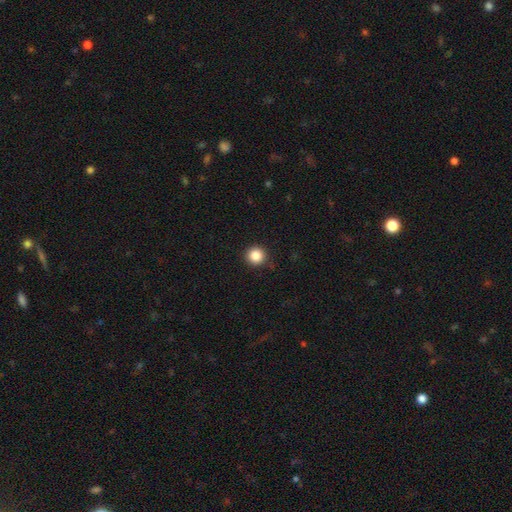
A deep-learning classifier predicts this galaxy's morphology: Smooth or featured: smooth — 86% (star or artifact — 10%)
How rounded: round — 95% (in between — 4%)
Merging: none — 91% (minor disturbance — 6%)